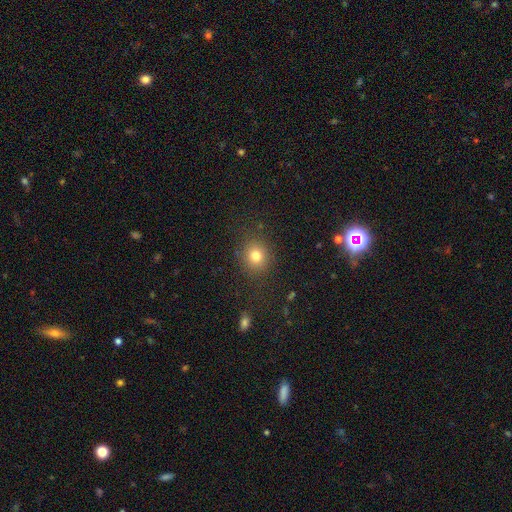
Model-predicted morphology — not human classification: smooth_or_featured: smooth (p=0.79) [alt: star or artifact p=0.14]
how_rounded: round (p=0.79) [alt: in between p=0.20]
merging: none (p=0.85) [alt: minor disturbance p=0.09]